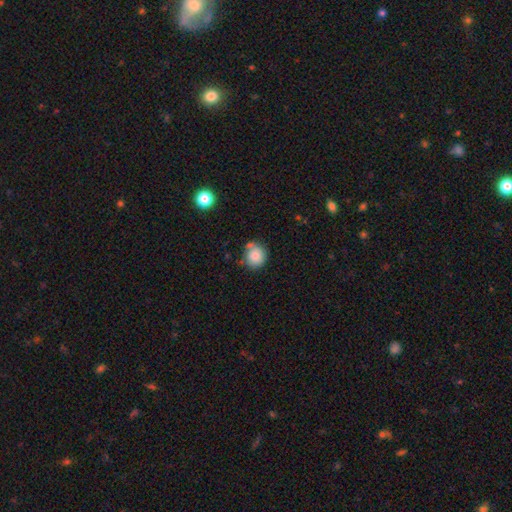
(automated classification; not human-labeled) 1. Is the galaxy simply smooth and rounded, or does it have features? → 82% smooth, 9% star or artifact, 9% featured or disk.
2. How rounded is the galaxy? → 83% round, 16% in between, 1% cigar-shaped.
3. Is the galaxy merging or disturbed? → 59% none, 22% minor disturbance, 12% merger, 7% major disturbance.